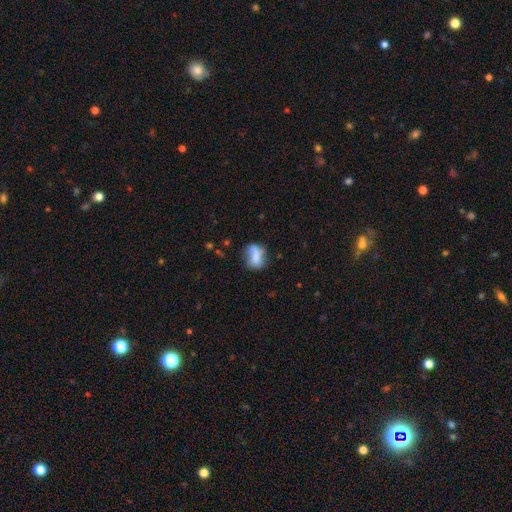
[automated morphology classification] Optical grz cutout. It shows a smooth galaxy with no disk features (66%) that is in between round and cigar-shaped (58%). Merging: none (42%).